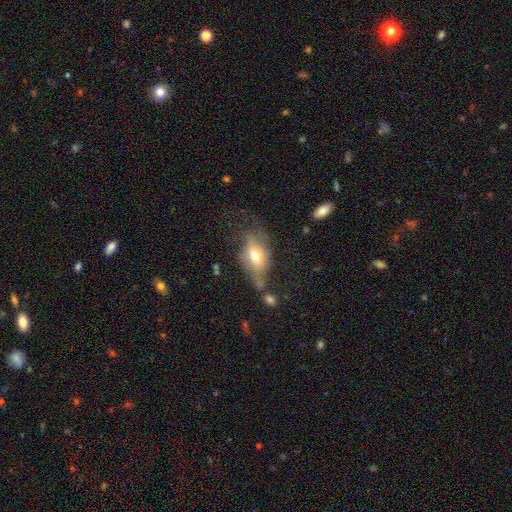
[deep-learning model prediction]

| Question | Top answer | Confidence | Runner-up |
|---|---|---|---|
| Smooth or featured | smooth | 53% | featured or disk (37%) |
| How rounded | in between | 79% | round (13%) |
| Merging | none | 44% | minor disturbance (27%) |